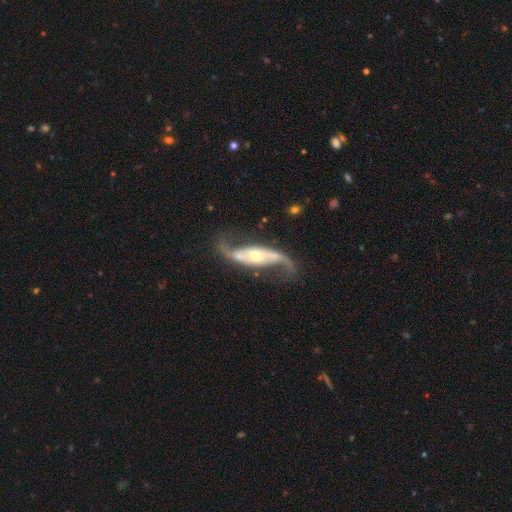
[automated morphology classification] type=featured or disk (91%); edge-on=no (92%); bar=no (43%); spiral arms=yes (96%); winding=loose (79%); arm count=2 (93%); bulge=moderate (62%); merging=none (71%).